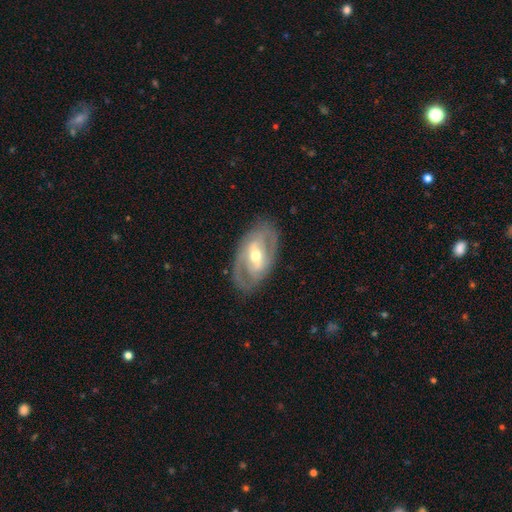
Smooth or featured: featured or disk — 87% (smooth — 13%)
Edge-on disk: no — 91% (yes — 9%)
Bar: strong — 50% (weak — 43%)
Spiral arms: yes — 80% (no — 20%)
Spiral winding: medium — 50% (tight — 42%)
Spiral arm count: 2 — 79% (3 — 8%)
Bulge size: moderate — 80% (small — 20%)
Merging: none — 92% (minor disturbance — 8%)